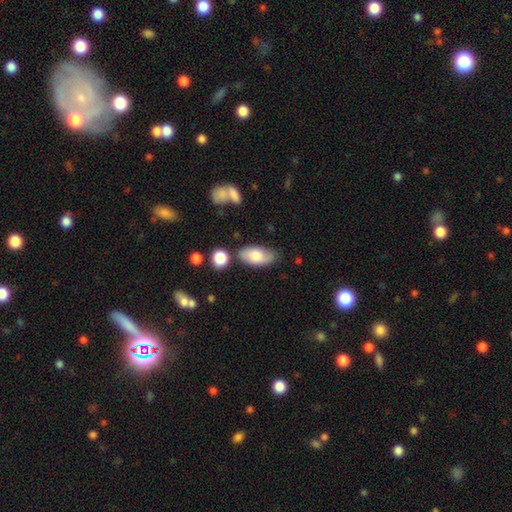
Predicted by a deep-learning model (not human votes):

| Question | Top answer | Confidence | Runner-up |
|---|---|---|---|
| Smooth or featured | smooth | 74% | featured or disk (19%) |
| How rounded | in between | 92% | cigar-shaped (5%) |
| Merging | none | 69% | minor disturbance (19%) |